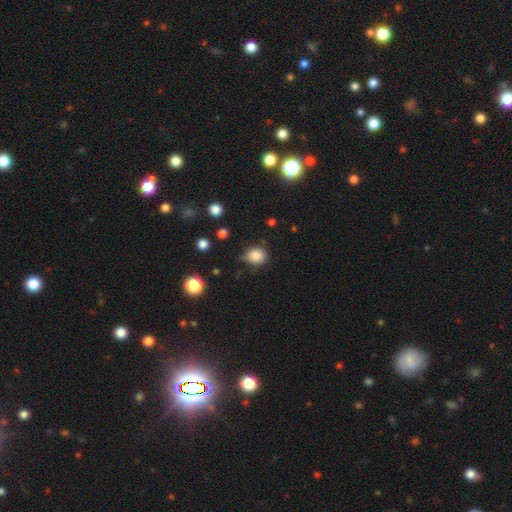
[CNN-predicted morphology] smooth 85%, star or artifact 10%, featured or disk 4%. Down the decision tree: how rounded — round (68%); merging — none (66%).